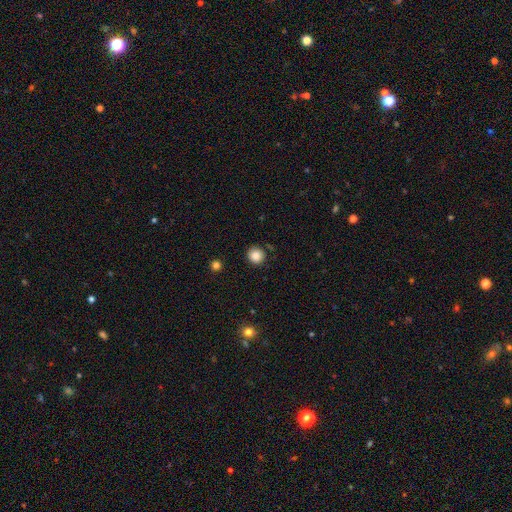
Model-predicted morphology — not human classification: Overall: smooth (86%). How rounded: round (94%). Merging: none (88%).